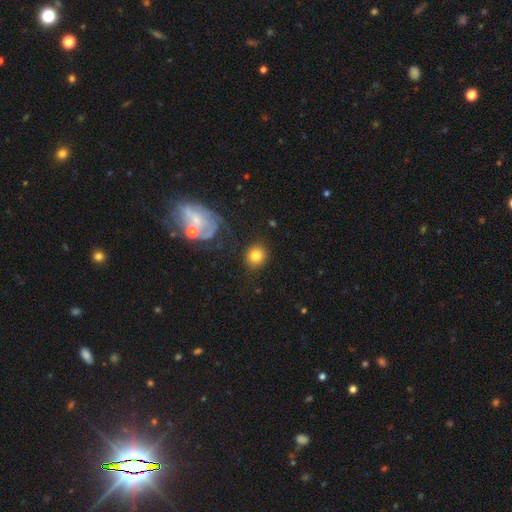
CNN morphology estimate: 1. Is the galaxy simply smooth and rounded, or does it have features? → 79% smooth, 11% featured or disk, 10% star or artifact.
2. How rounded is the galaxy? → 85% round, 14% in between, 1% cigar-shaped.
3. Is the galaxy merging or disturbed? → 80% none, 10% minor disturbance, 5% major disturbance, 4% merger.